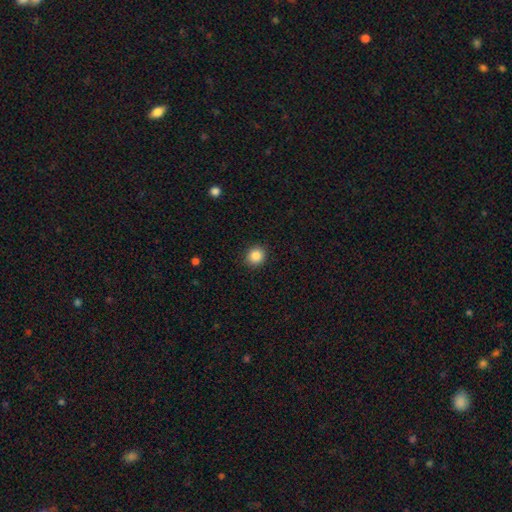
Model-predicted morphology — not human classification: type=smooth (86%); roundness=round (85%); merging=none (91%).